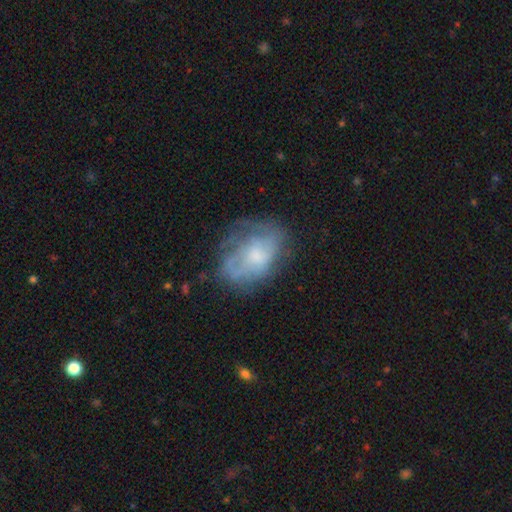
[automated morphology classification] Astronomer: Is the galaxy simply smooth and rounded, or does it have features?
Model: featured or disk — 55% (runner-up: smooth, 37%).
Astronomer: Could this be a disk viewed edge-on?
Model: no — 96%.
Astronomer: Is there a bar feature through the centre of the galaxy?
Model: no — 74%.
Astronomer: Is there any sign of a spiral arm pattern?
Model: yes — 50%, tied with no at 50%.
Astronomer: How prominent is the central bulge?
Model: small — 42% (runner-up: moderate, 38%).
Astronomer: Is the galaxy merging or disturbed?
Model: none — 50% (runner-up: minor disturbance, 27%).